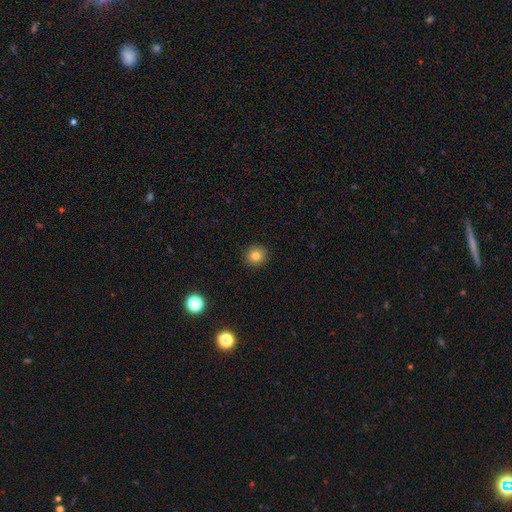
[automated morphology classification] The model was most divided on "smooth or featured": smooth: 81%, star or artifact: 12%, featured or disk: 7%. More confident: merging — none (92%); how rounded — round (92%).